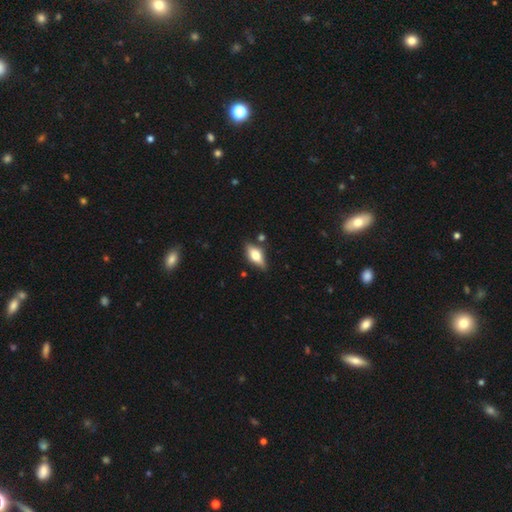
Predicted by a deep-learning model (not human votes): Smooth or featured? smooth (51%)
How rounded? in between (76%)
Merging? none (77%)